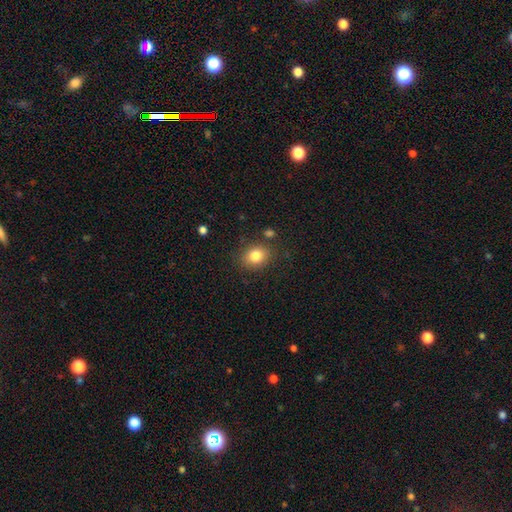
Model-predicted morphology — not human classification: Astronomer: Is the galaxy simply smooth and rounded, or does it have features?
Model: smooth — 82%.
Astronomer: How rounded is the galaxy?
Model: round — 52% (runner-up: in between, 47%).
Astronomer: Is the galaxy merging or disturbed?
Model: none — 81%.